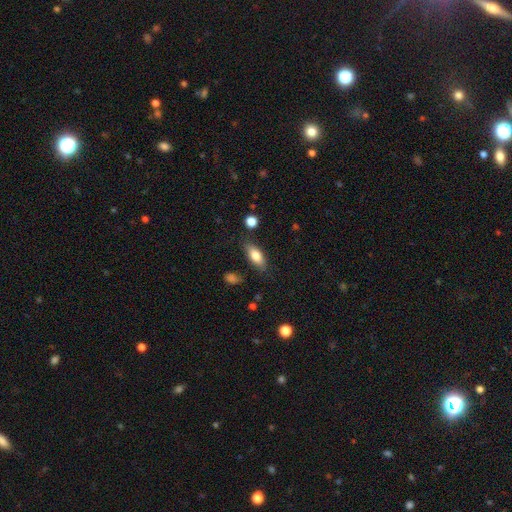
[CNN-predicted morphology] A smooth galaxy with no disk features (78%) that is in between round and cigar-shaped (78%). Merging: none (78%).